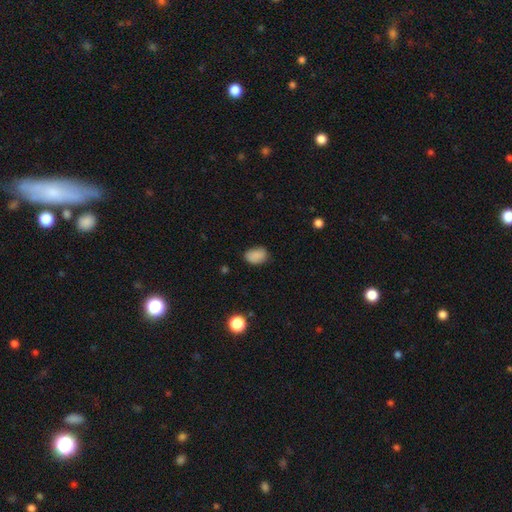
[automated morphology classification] A smooth galaxy with no disk features (86%) that is in between round and cigar-shaped (83%).

Vote fractions:
- Smooth or featured? smooth: 86% / star or artifact: 9% / featured or disk: 4%
- How rounded? in between: 83% / round: 16% / cigar-shaped: 1%
- Merging? none: 77% / minor disturbance: 18% / major disturbance: 3% / merger: 1%